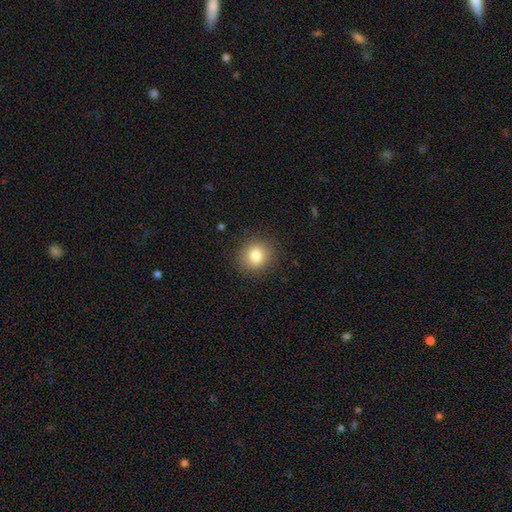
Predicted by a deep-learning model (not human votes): The model was most divided on "how rounded": round: 83%, in between: 16%, cigar-shaped: 1%. More confident: merging — none (89%); smooth or featured — smooth (81%).